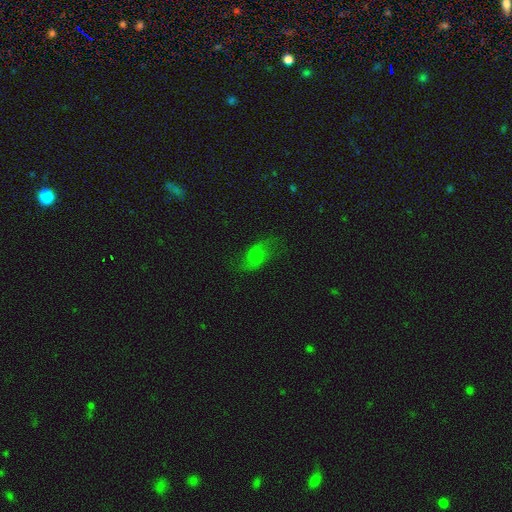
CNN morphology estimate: This appears to be a smooth galaxy with no disk features (46%). Merging: none (61%).